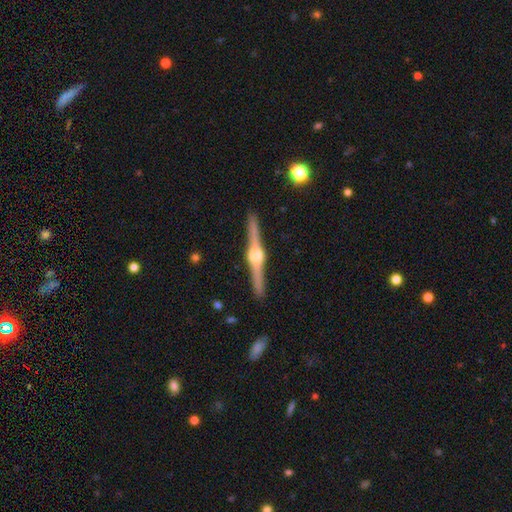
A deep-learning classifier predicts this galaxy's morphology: Smooth or featured?
  - featured or disk: 87% *
  - smooth: 8%
  - star or artifact: 5%
Edge-on disk?
  - yes: 99% *
  - no: 1%
Edge-on bulge?
  - rounded: 94% *
  - boxy: 4%
  - none: 2%
Merging?
  - none: 92% *
  - minor disturbance: 6%
  - major disturbance: 1%
  - merger: 1%